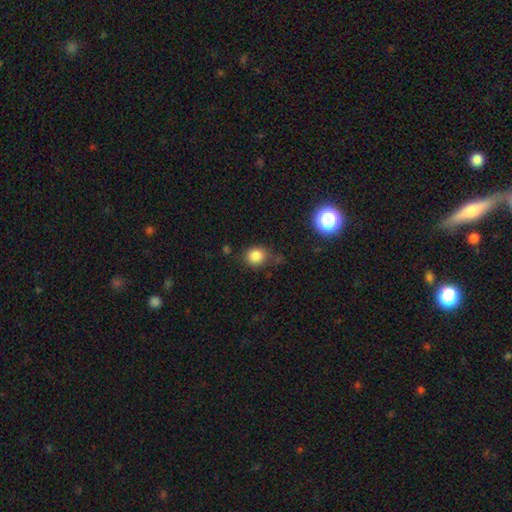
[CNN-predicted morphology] Q: Smooth or featured?
A: smooth (83%); runner-up: star or artifact (12%)
Q: How rounded?
A: round (80%); runner-up: in between (19%)
Q: Merging?
A: none (68%); runner-up: minor disturbance (20%)